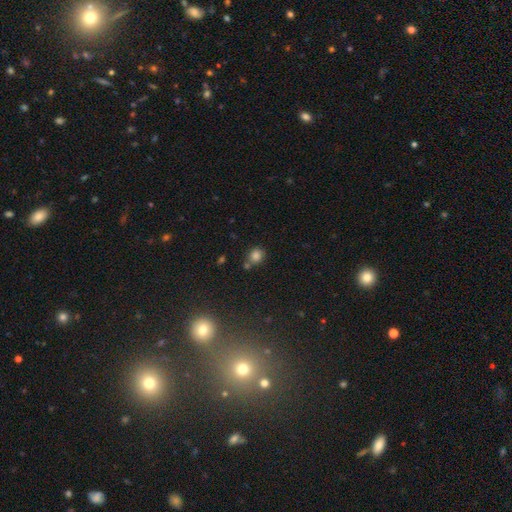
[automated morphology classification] The model was most divided on "merging": none: 63%, merger: 19%, minor disturbance: 14%, major disturbance: 4%. More confident: smooth or featured — smooth (80%); how rounded — round (77%).